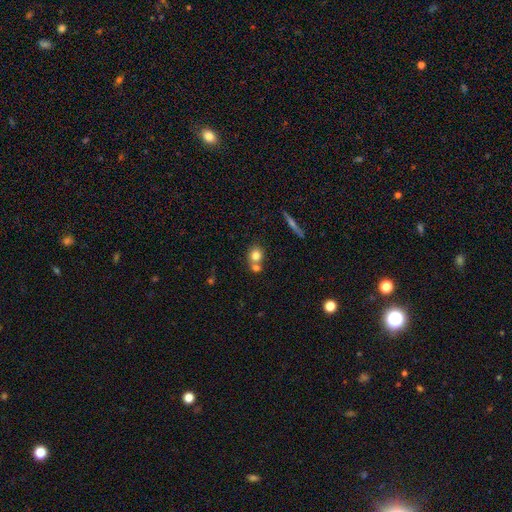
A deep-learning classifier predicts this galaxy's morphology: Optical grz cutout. It shows a smooth galaxy with no disk features (76%) that is round (74%). Merging: none (46%).